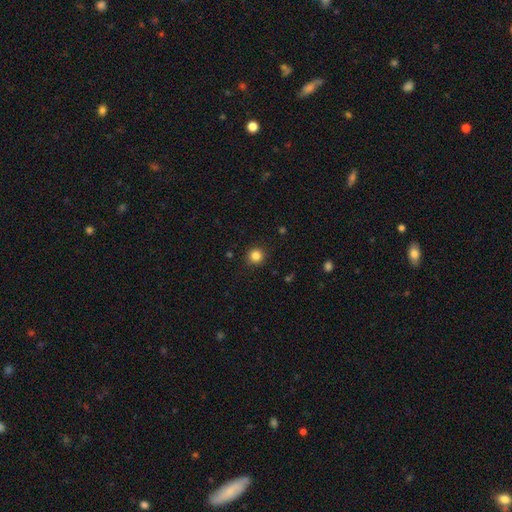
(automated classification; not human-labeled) Smooth or featured? smooth (84%)
How rounded? round (94%)
Merging? none (91%)